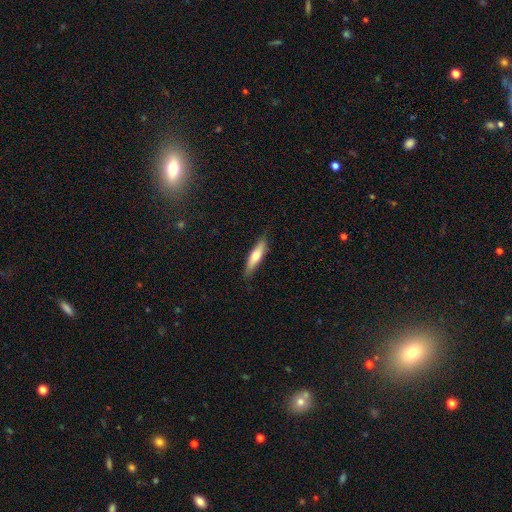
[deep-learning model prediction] A smooth galaxy with no disk features (61%) that is cigar-shaped (76%).

Vote fractions:
- Smooth or featured? smooth: 61% / featured or disk: 34% / star or artifact: 6%
- How rounded? cigar-shaped: 76% / in between: 23% / round: 2%
- Merging? none: 83% / minor disturbance: 13% / major disturbance: 2% / merger: 1%